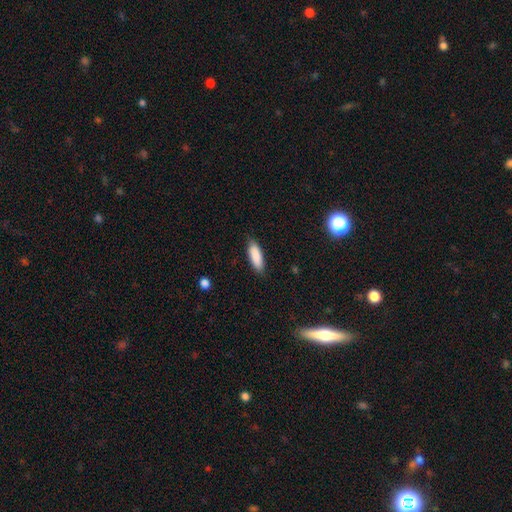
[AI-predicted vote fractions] Morphology: type=smooth (88%); roundness=in between (54%); merging=none (86%).